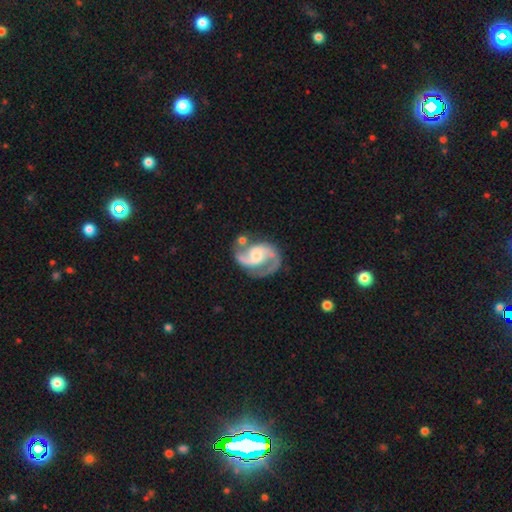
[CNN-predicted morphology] smooth_or_featured: featured or disk (p=0.92) [alt: smooth p=0.04]
disk_edge_on: no (p=0.98) [alt: yes p=0.02]
bar: no (p=0.44) [alt: weak p=0.43]
has_spiral_arms: yes (p=0.98) [alt: no p=0.02]
spiral_winding: medium (p=0.60) [alt: loose p=0.22]
spiral_arm_count: 2 (p=0.93) [alt: 1 p=0.02]
bulge_size: moderate (p=0.53) [alt: small p=0.34]
merging: none (p=0.69) [alt: minor disturbance p=0.17]